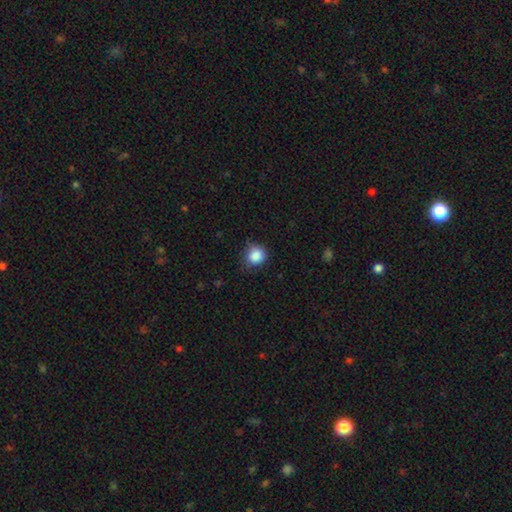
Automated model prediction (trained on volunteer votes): Smooth or featured: smooth — 87% (star or artifact — 9%)
How rounded: round — 86% (in between — 13%)
Merging: none — 74% (minor disturbance — 21%)